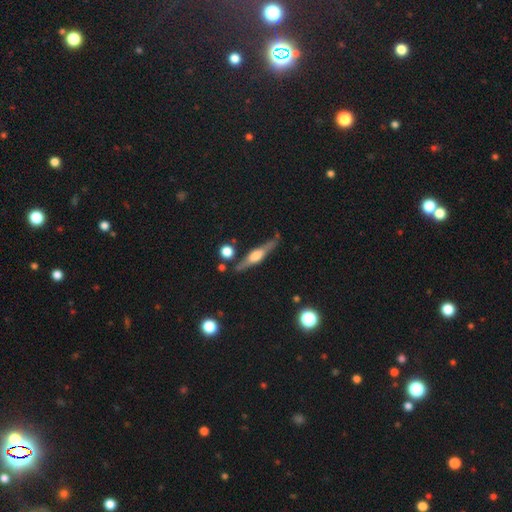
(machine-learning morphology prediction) smooth_or_featured: featured or disk (p=0.76) [alt: smooth p=0.18]
disk_edge_on: yes (p=0.96) [alt: no p=0.04]
edge_on_bulge: rounded (p=0.80) [alt: boxy p=0.16]
merging: none (p=0.80) [alt: minor disturbance p=0.12]